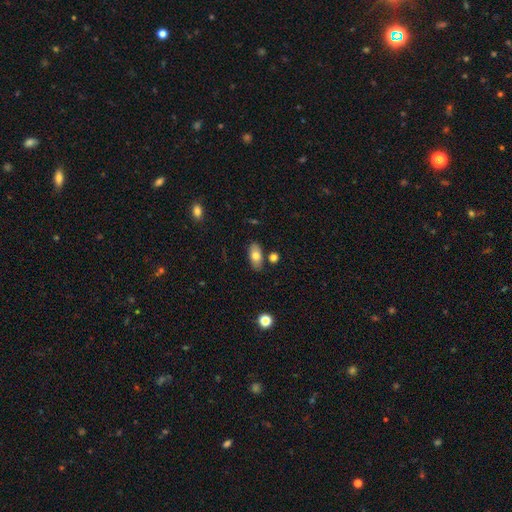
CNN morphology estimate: Smooth or featured? smooth (75%)
How rounded? in between (89%)
Merging? none (80%)